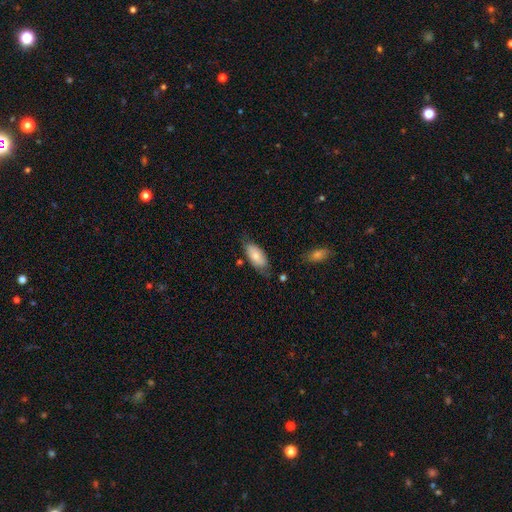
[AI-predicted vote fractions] Smooth or featured?
  - smooth: 79% *
  - featured or disk: 15%
  - star or artifact: 6%
How rounded?
  - in between: 90% *
  - cigar-shaped: 8%
  - round: 2%
Merging?
  - none: 67% *
  - minor disturbance: 25%
  - major disturbance: 5%
  - merger: 3%